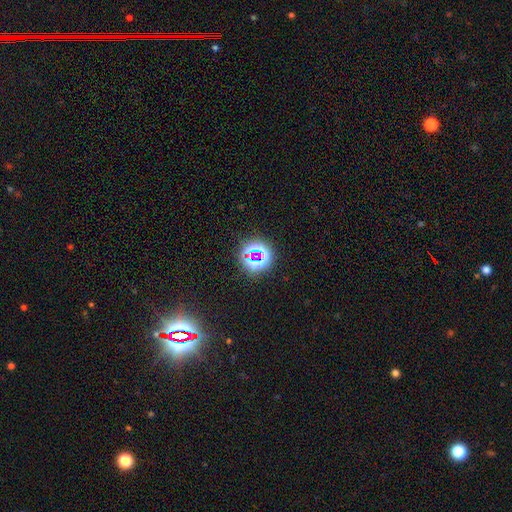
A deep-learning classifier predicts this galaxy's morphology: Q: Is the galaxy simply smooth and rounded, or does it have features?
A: star or artifact — 67%.